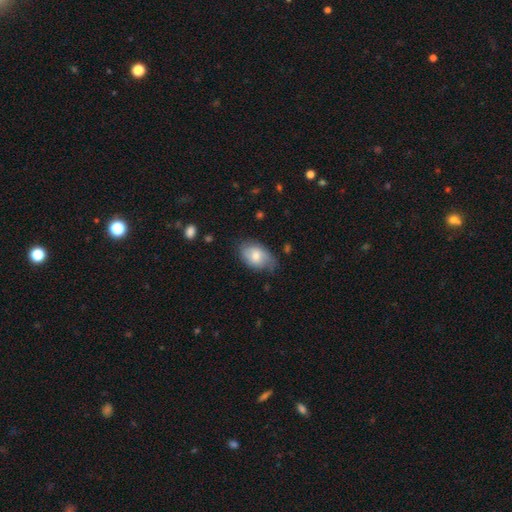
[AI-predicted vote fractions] smooth-or-featured: smooth: 70% | featured or disk: 24% | star or artifact: 7%
  how-rounded: in between: 88% | round: 11% | cigar-shaped: 1%
  merging: none: 63% | minor disturbance: 29% | major disturbance: 6% | merger: 2%